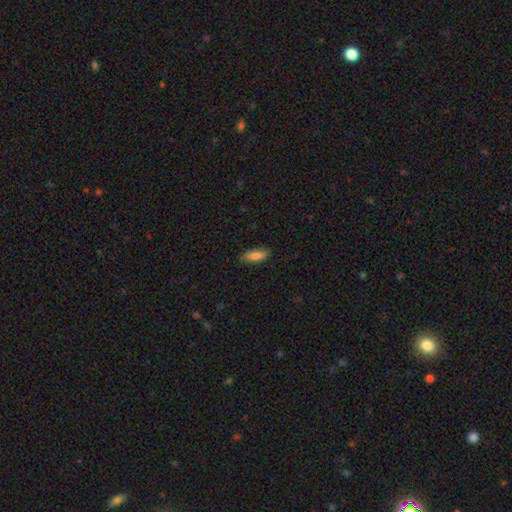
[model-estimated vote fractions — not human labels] smooth-or-featured: smooth: 84% | featured or disk: 10% | star or artifact: 6%
  how-rounded: in between: 70% | cigar-shaped: 28% | round: 2%
  merging: none: 81% | minor disturbance: 15% | major disturbance: 3% | merger: 1%